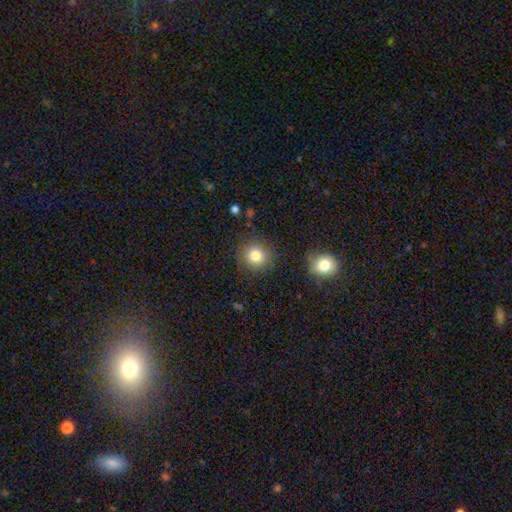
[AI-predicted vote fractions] Q: Smooth or featured?
A: smooth (81%); runner-up: star or artifact (11%)
Q: How rounded?
A: round (91%); runner-up: in between (8%)
Q: Merging?
A: none (87%); runner-up: minor disturbance (8%)